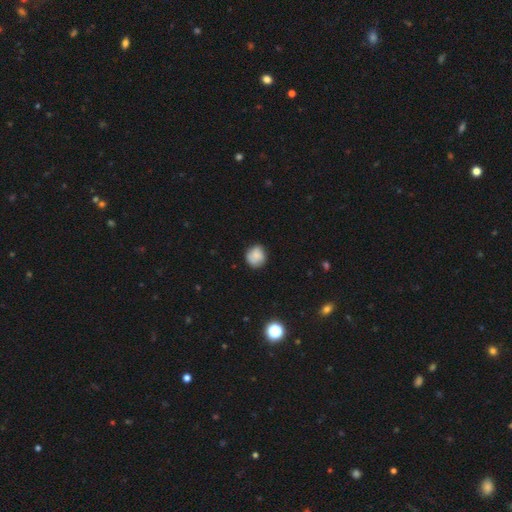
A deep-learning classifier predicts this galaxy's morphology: A smooth galaxy with no disk features (76%) that is round (83%). Merging: none (76%).